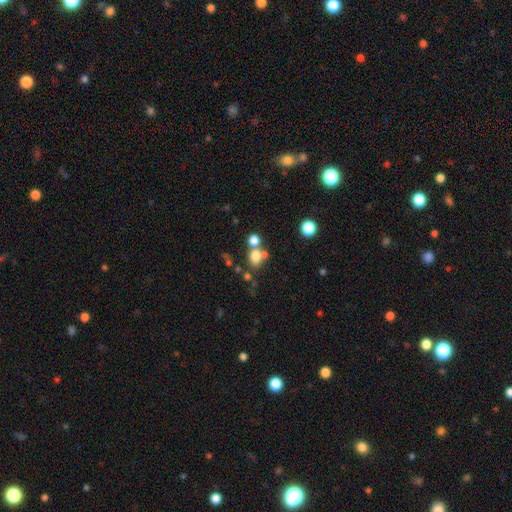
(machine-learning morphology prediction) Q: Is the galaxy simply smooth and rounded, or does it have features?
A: smooth — 74%.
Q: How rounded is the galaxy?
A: round — 58%.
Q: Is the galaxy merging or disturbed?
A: none — 52%.